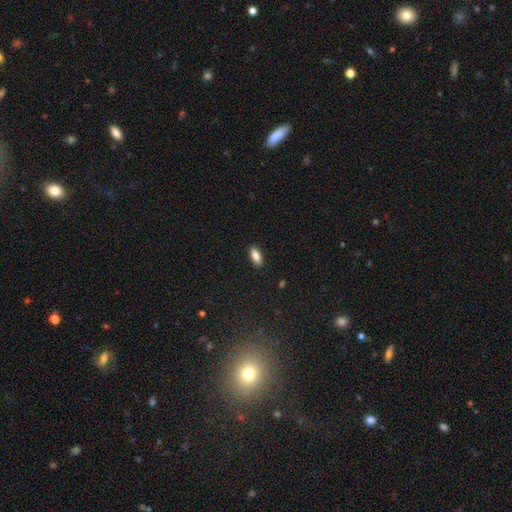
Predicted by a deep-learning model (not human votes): smooth_or_featured: smooth (p=0.85) [alt: star or artifact p=0.08]
how_rounded: in between (p=0.84) [alt: cigar-shaped p=0.13]
merging: none (p=0.89) [alt: minor disturbance p=0.09]